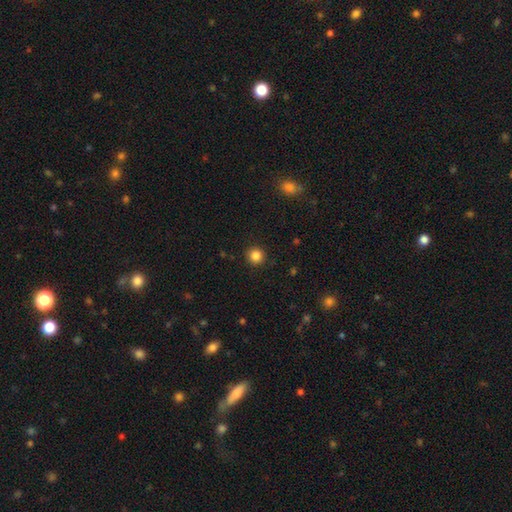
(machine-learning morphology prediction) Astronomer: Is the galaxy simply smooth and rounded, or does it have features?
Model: smooth — 86%.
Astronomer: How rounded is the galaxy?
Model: round — 95%.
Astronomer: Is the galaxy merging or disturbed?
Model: none — 92%.